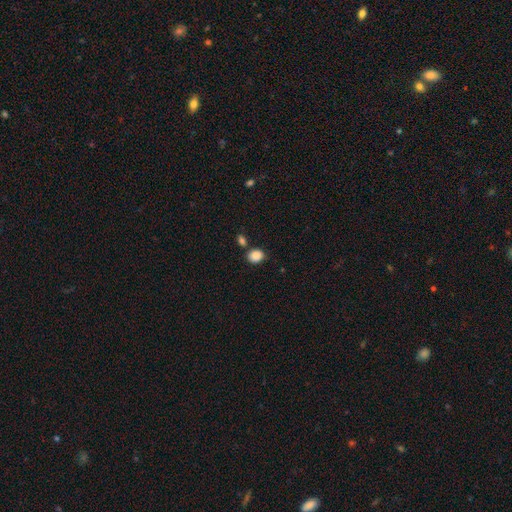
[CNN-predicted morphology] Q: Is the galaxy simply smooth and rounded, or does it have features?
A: smooth — 87%.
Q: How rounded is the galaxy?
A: round — 56%.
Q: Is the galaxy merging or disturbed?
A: none — 73%.